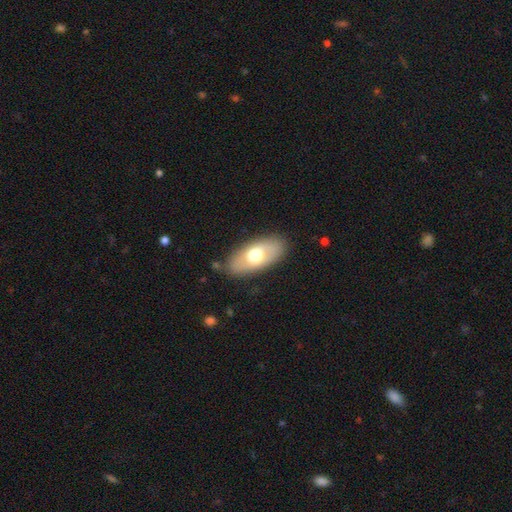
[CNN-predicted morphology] Overall: smooth (58%; featured or disk 36%). How rounded: in between (90%). Merging: none (83%).